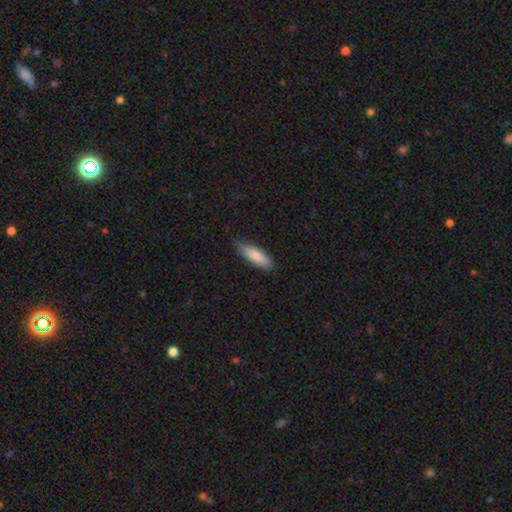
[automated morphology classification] type=smooth (83%); roundness=cigar-shaped (52%); merging=none (79%).